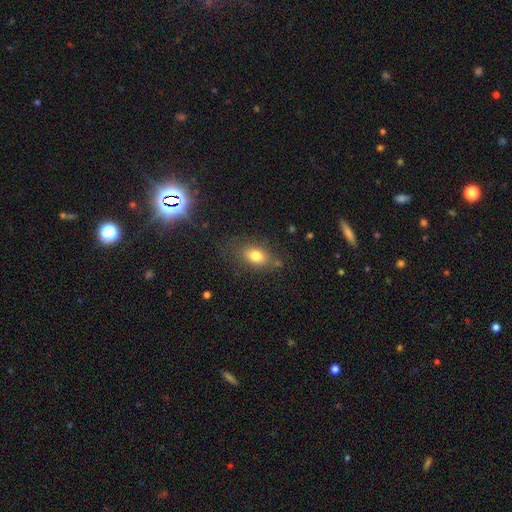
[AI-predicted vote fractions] Overall: smooth (77%). How rounded: in between (81%). Merging: none (73%).